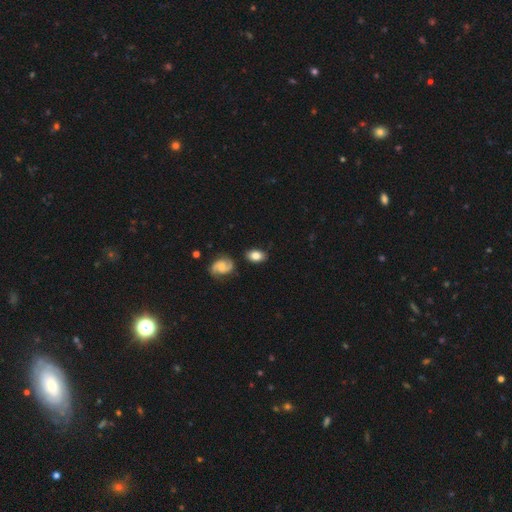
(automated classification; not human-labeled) smooth_or_featured: smooth (p=0.69) [alt: featured or disk p=0.23]
how_rounded: in between (p=0.85) [alt: round p=0.13]
merging: none (p=0.79) [alt: minor disturbance p=0.14]